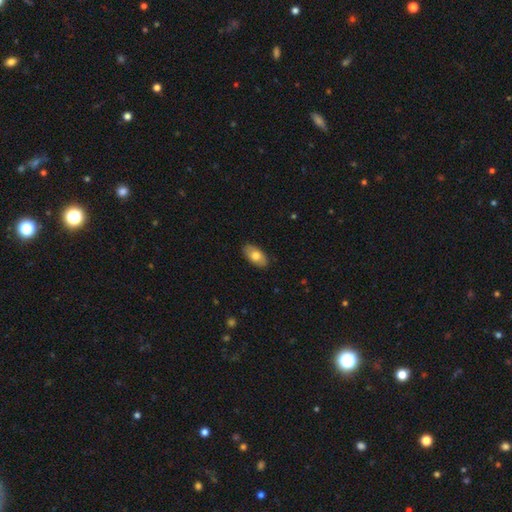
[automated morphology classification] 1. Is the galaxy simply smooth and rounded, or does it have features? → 76% smooth, 18% featured or disk, 6% star or artifact.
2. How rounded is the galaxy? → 93% in between, 4% round, 3% cigar-shaped.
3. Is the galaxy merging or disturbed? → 87% none, 10% minor disturbance, 2% major disturbance, 1% merger.